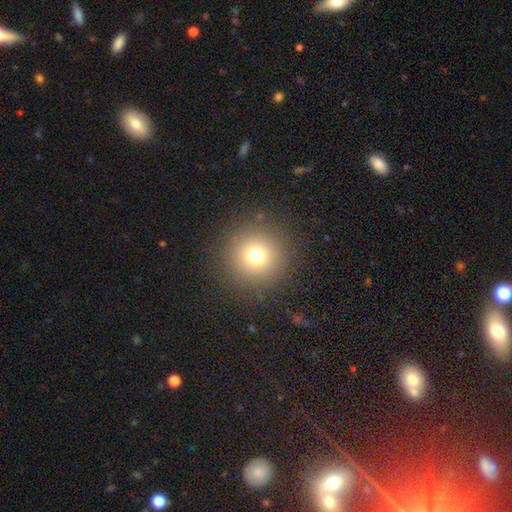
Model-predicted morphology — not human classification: Smooth or featured?
  - smooth: 74% *
  - star or artifact: 17%
  - featured or disk: 9%
How rounded?
  - round: 96% *
  - in between: 3%
  - cigar-shaped: 1%
Merging?
  - none: 90% *
  - minor disturbance: 6%
  - major disturbance: 3%
  - merger: 1%